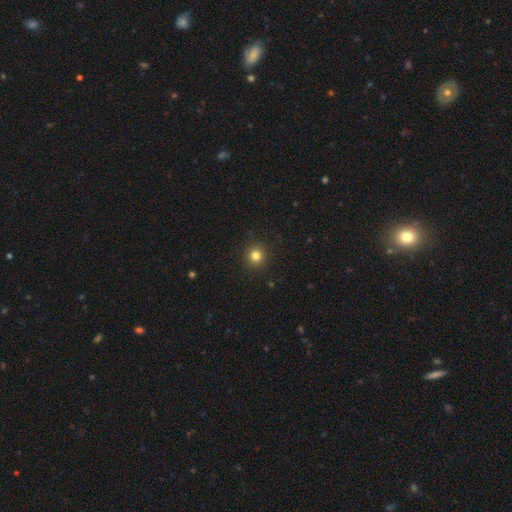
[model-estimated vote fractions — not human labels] Morphology: type=smooth (81%); roundness=round (93%); merging=none (92%).